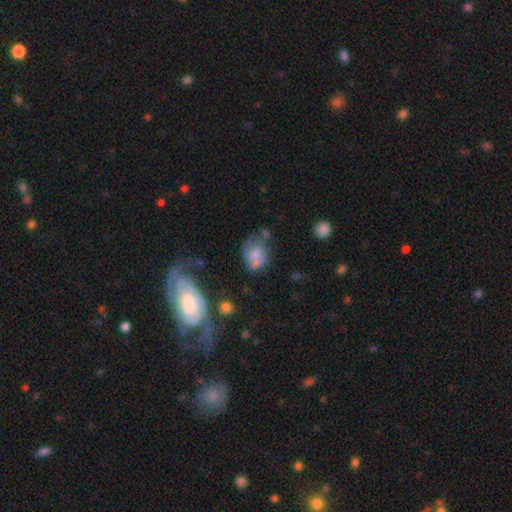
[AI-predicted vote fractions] A smooth galaxy with no disk features (52%) that is in between round and cigar-shaped (64%). Merging: none (36%).